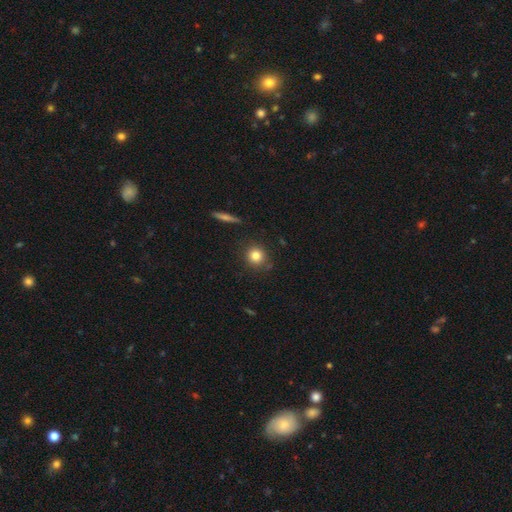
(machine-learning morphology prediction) Smooth or featured: smooth — 81% (star or artifact — 11%)
How rounded: round — 90% (in between — 9%)
Merging: none — 84% (minor disturbance — 10%)